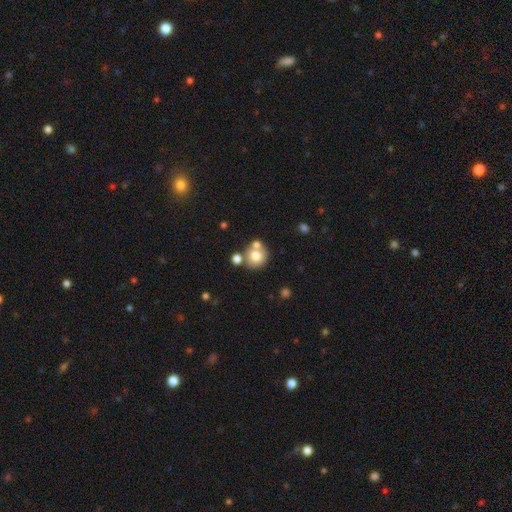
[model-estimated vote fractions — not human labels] Overall: smooth (72%). How rounded: round (88%). Merging: none (59%; merger 27%).